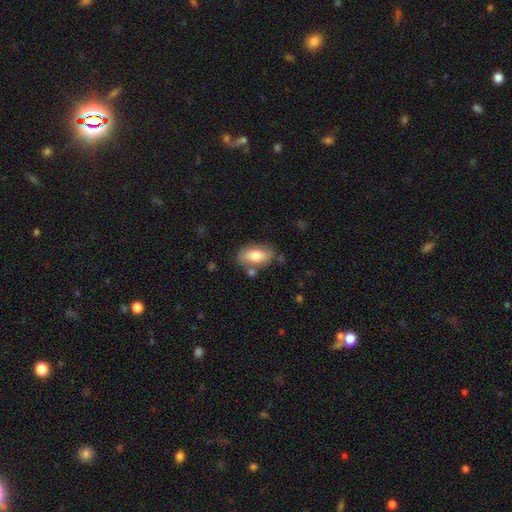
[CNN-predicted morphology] smooth_or_featured: smooth (p=0.72) [alt: featured or disk p=0.22]
how_rounded: in between (p=0.90) [alt: round p=0.06]
merging: none (p=0.71) [alt: minor disturbance p=0.17]